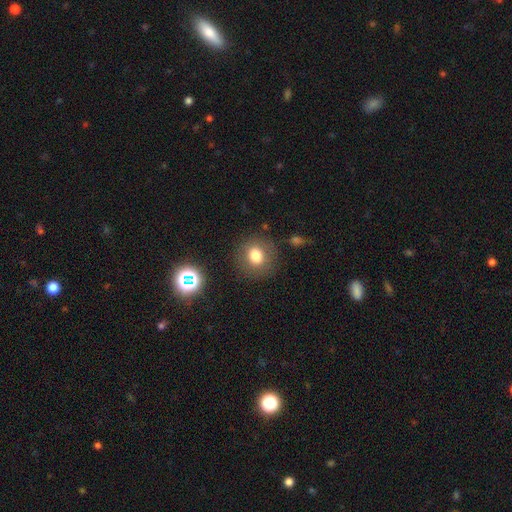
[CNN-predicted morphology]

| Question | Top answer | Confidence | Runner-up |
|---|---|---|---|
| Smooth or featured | smooth | 77% | star or artifact (12%) |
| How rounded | round | 82% | in between (17%) |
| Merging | none | 84% | minor disturbance (10%) |